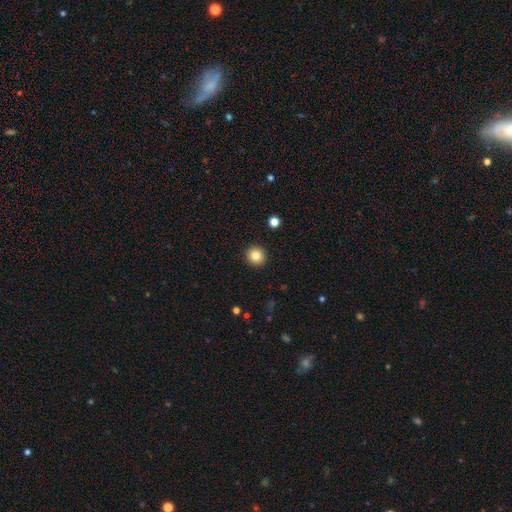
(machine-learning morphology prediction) This appears to be a smooth galaxy with no disk features (84%) that is round (93%). Merging: none (93%).